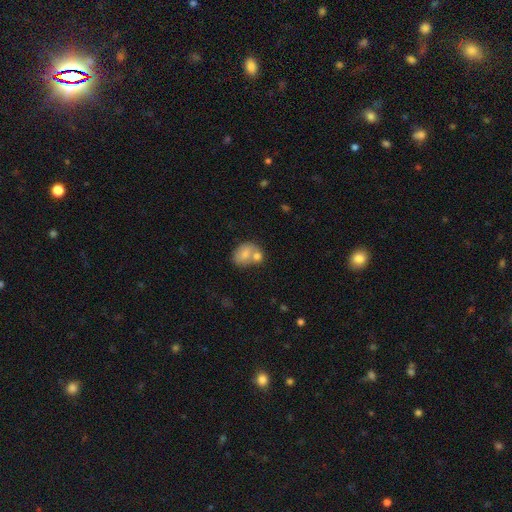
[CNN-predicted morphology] type=smooth (66%); roundness=in between (59%); merging=merger (47%).